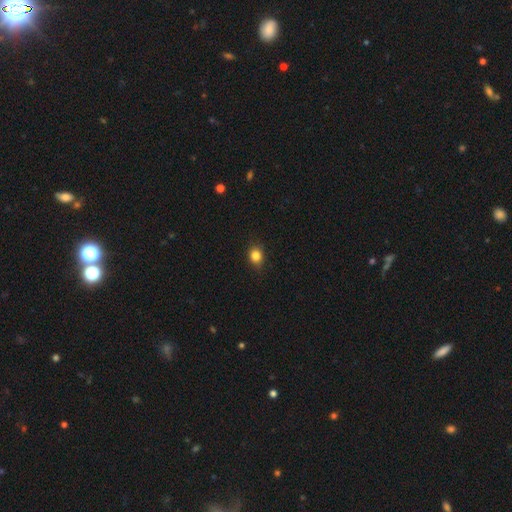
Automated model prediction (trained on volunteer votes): smooth-or-featured: smooth: 84% | star or artifact: 11% | featured or disk: 5%
  how-rounded: round: 59% | in between: 40% | cigar-shaped: 1%
  merging: none: 85% | minor disturbance: 12% | major disturbance: 2% | merger: 1%